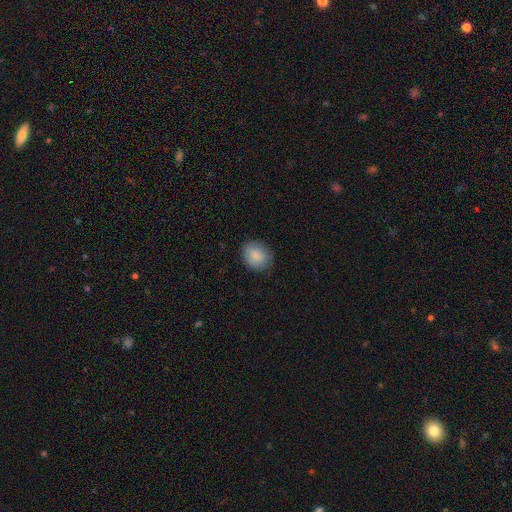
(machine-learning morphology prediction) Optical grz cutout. It shows a smooth galaxy with no disk features (87%) that is round (57%). Merging: none (83%).